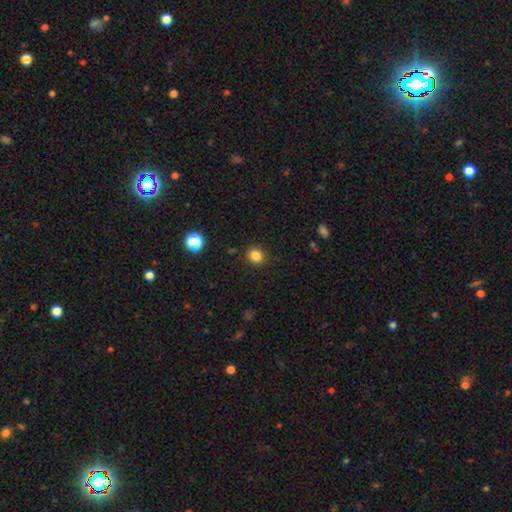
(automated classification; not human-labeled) This appears to be a smooth galaxy with no disk features (84%) that is round (85%). Merging: none (89%).